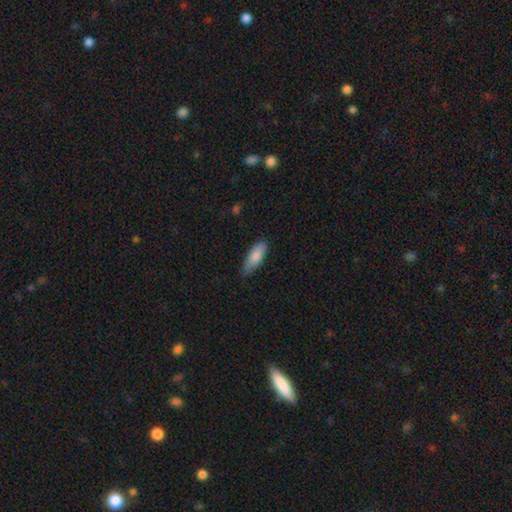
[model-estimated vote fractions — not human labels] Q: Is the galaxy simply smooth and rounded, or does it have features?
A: smooth — 85%.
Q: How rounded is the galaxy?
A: in between — 76%.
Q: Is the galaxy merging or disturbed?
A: none — 70%.